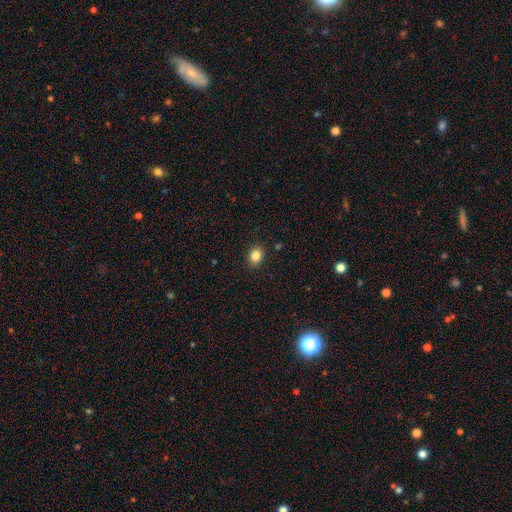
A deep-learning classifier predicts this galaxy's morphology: Q: Smooth or featured?
A: smooth (84%); runner-up: star or artifact (10%)
Q: How rounded?
A: in between (56%); runner-up: round (43%)
Q: Merging?
A: none (89%); runner-up: minor disturbance (8%)